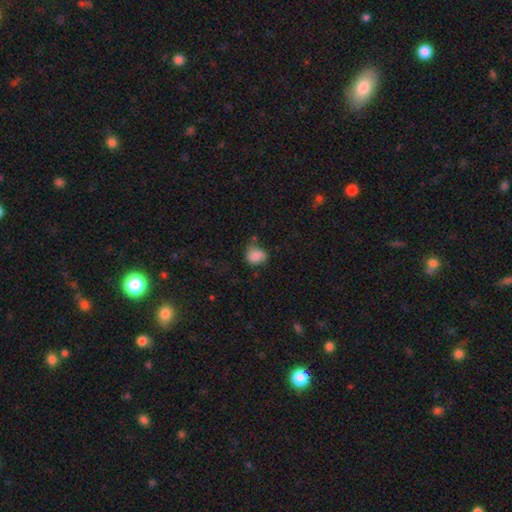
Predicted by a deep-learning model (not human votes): Smooth or featured?
  - smooth: 82% *
  - star or artifact: 9%
  - featured or disk: 9%
How rounded?
  - round: 56% *
  - in between: 43%
  - cigar-shaped: 1%
Merging?
  - none: 52% *
  - minor disturbance: 33%
  - major disturbance: 10%
  - merger: 5%